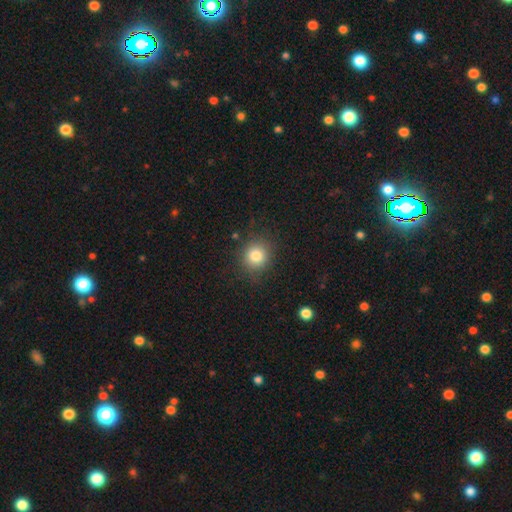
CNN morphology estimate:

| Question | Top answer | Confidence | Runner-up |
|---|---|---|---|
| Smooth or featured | smooth | 82% | star or artifact (12%) |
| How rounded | round | 85% | in between (14%) |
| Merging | none | 85% | minor disturbance (10%) |